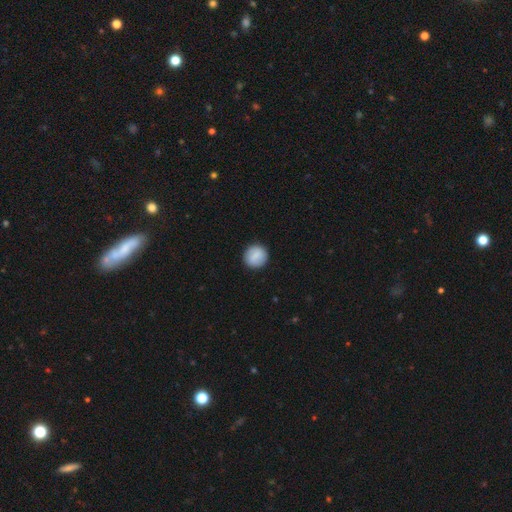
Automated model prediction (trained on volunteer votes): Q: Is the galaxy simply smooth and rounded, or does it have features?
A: smooth — 78%.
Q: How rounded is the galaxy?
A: round — 92%.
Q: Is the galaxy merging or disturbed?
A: none — 91%.